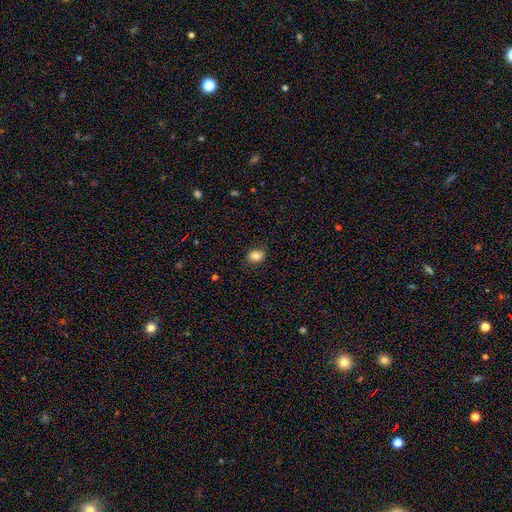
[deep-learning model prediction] A smooth galaxy with no disk features (84%) that is in between round and cigar-shaped (54%). Merging: none (83%).